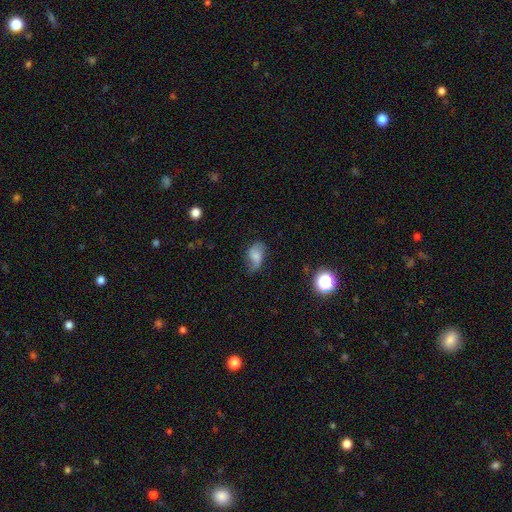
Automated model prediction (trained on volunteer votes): smooth-or-featured: smooth: 53% | featured or disk: 37% | star or artifact: 10%
  how-rounded: in between: 87% | round: 10% | cigar-shaped: 3%
  merging: none: 52% | minor disturbance: 32% | major disturbance: 14% | merger: 2%